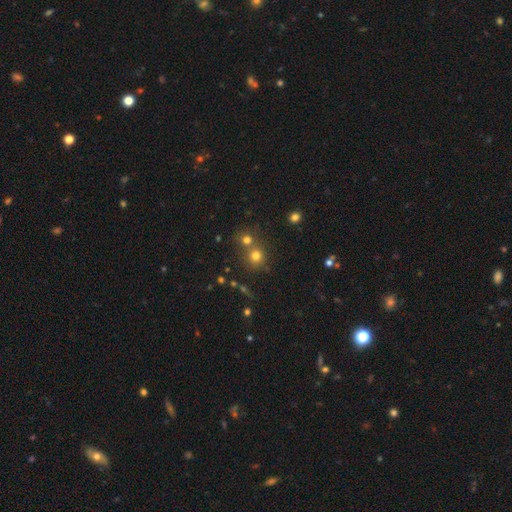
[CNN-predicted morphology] A smooth galaxy with no disk features (73%) that is round (89%).

Vote fractions:
- Smooth or featured? smooth: 73% / star or artifact: 19% / featured or disk: 9%
- How rounded? round: 89% / in between: 10% / cigar-shaped: 1%
- Merging? none: 59% / merger: 32% / minor disturbance: 7% / major disturbance: 3%